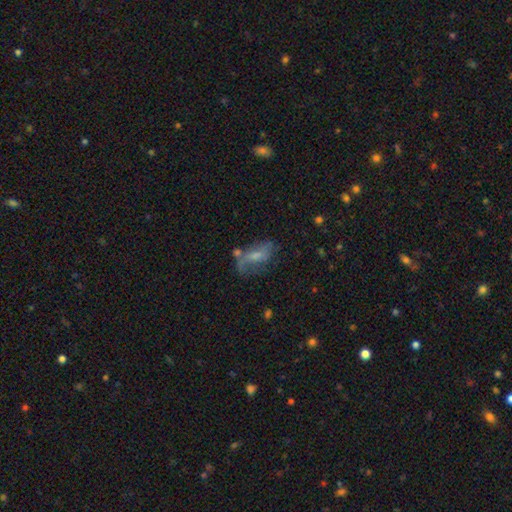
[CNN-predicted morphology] This is possibly a featured or disk galaxy (47%). Merging: marginally none (43%).